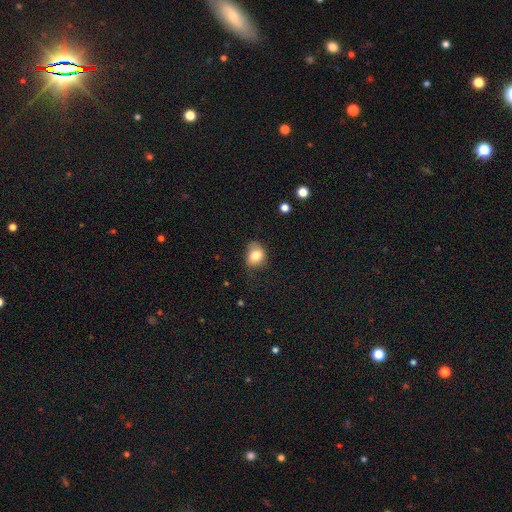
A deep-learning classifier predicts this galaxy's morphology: A smooth galaxy with no disk features (80%) that is in between round and cigar-shaped (52%).

Vote fractions:
- Smooth or featured? smooth: 80% / featured or disk: 11% / star or artifact: 9%
- How rounded? in between: 52% / round: 47% / cigar-shaped: 1%
- Merging? none: 50% / minor disturbance: 35% / major disturbance: 13% / merger: 2%